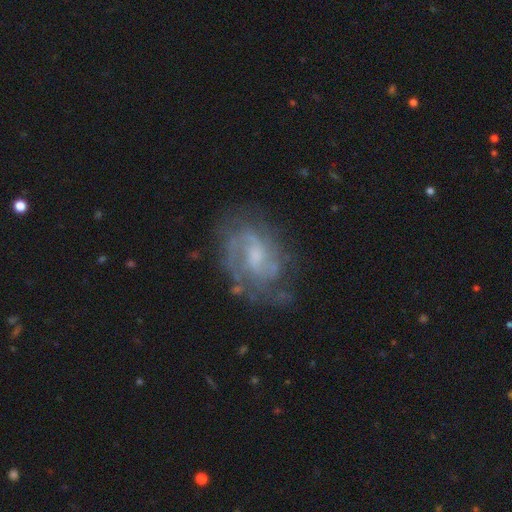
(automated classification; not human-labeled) Morphology: type=featured or disk (79%); edge-on=no (97%); bar=weak (50%); spiral arms=yes (88%); winding=medium (45%); arm count=2 (50%); bulge=small (38%); merging=none (62%).